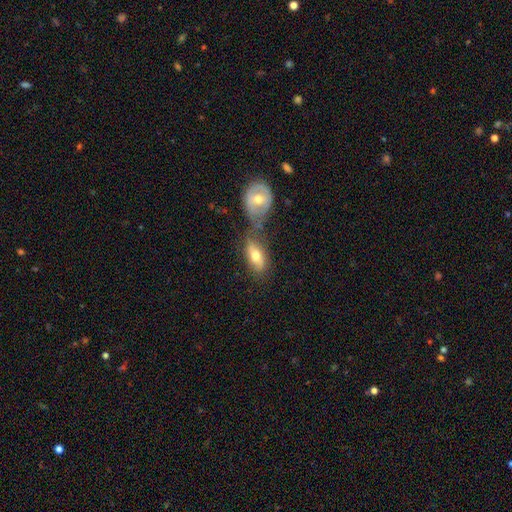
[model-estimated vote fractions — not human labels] Smooth or featured? smooth (65%)
How rounded? in between (84%)
Merging? merger (40%, tied with none)